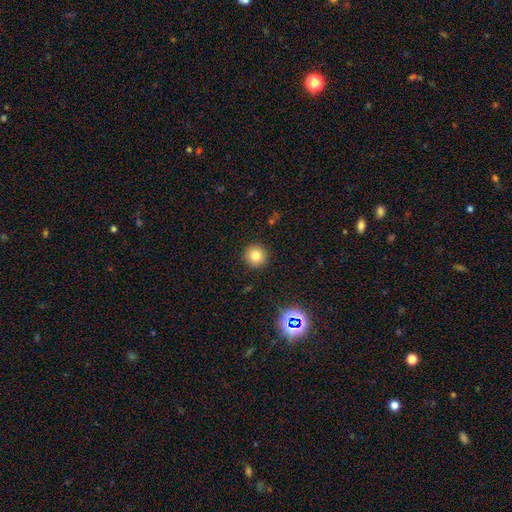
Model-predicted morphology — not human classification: Q: Smooth or featured?
A: smooth (81%); runner-up: star or artifact (13%)
Q: How rounded?
A: round (94%); runner-up: in between (5%)
Q: Merging?
A: none (92%); runner-up: minor disturbance (5%)